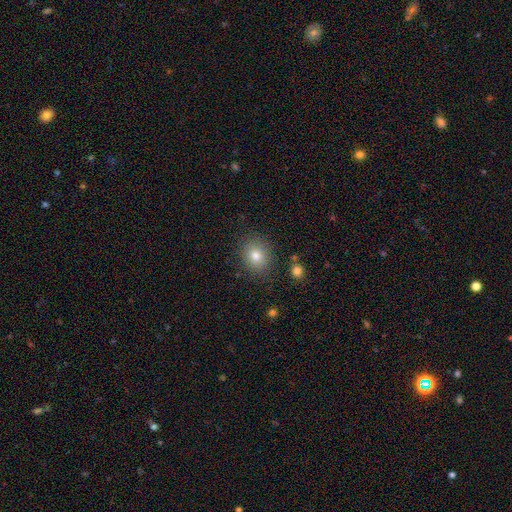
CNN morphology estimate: A smooth galaxy with no disk features (80%) that is round (60%). Merging: none (85%).